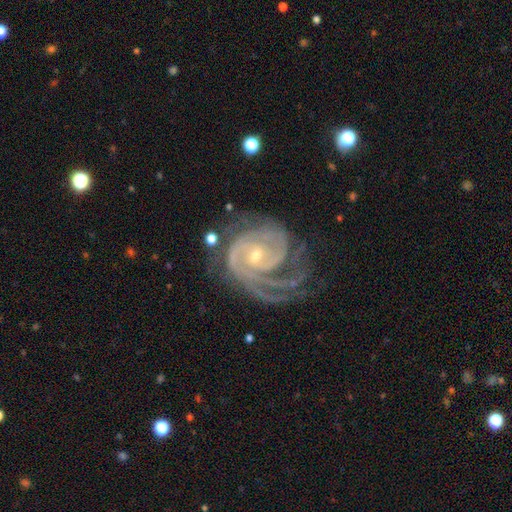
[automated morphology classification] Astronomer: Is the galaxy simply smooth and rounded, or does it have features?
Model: featured or disk — 92%.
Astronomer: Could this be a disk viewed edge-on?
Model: no — 98%.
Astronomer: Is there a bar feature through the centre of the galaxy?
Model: no — 60%.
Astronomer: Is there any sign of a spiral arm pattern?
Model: yes — 98%.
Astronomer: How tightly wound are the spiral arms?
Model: tight — 63%.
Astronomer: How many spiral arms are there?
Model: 3 — 34% (runner-up: 2, 28%).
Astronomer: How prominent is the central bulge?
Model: small — 70%.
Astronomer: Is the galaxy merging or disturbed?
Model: none — 54%.